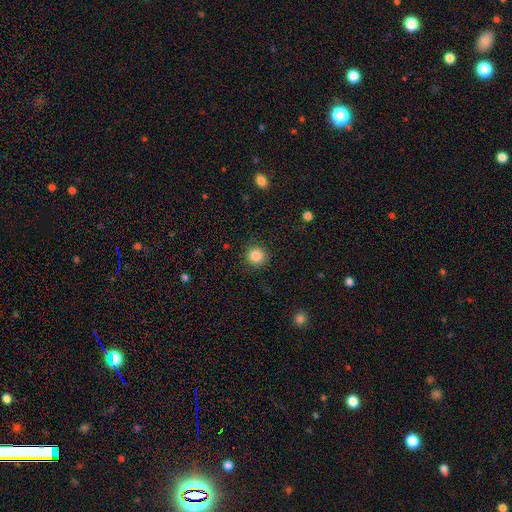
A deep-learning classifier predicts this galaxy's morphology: smooth 86%, star or artifact 10%, featured or disk 4%. Down the decision tree: how rounded — round (93%); merging — none (90%).